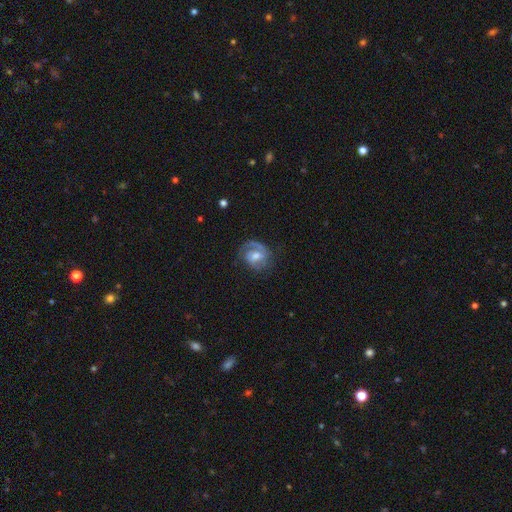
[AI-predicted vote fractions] The model was most divided on "bar": weak: 45%, no: 42%, strong: 13%. Remaining: edge-on disk — no (97%); spiral arms — yes (90%); smooth or featured — featured or disk (74%); merging — none (64%); bulge size — moderate (63%); spiral arm count — 2 (48%); spiral winding — tight (44%).